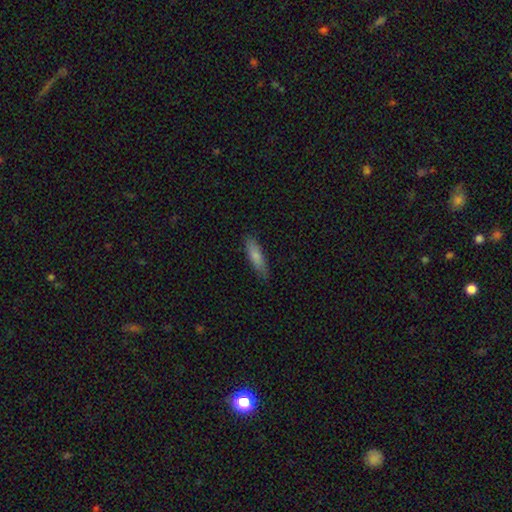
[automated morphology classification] type=smooth (78%); roundness=cigar-shaped (62%); merging=none (81%).